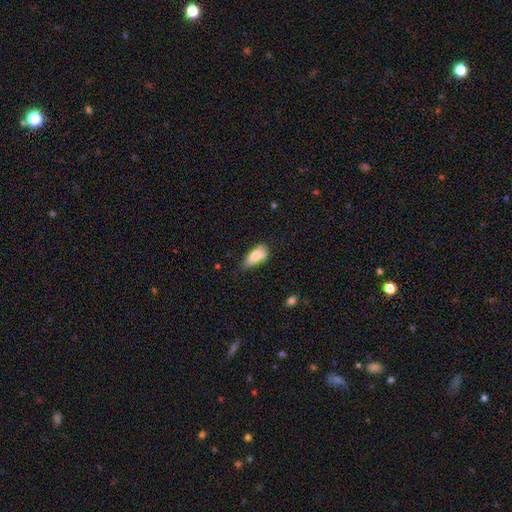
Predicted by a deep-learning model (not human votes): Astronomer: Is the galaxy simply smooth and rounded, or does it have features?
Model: smooth — 72%.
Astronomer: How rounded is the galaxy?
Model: in between — 83%.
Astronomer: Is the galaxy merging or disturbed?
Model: none — 46% (runner-up: minor disturbance, 29%).